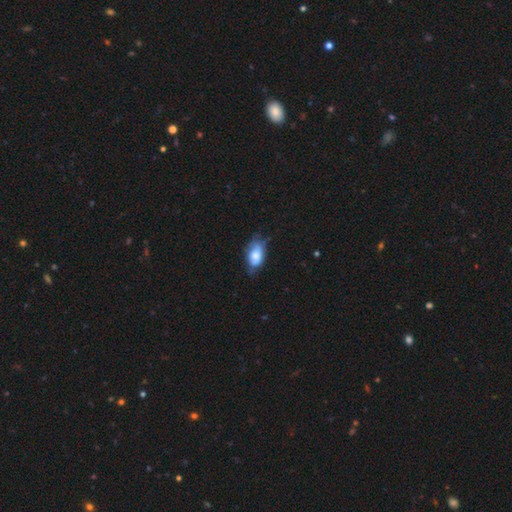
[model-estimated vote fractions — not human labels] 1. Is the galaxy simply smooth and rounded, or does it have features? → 71% smooth, 22% featured or disk, 7% star or artifact.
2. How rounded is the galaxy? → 92% in between, 5% round, 3% cigar-shaped.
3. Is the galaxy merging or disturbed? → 47% none, 38% minor disturbance, 13% major disturbance, 2% merger.